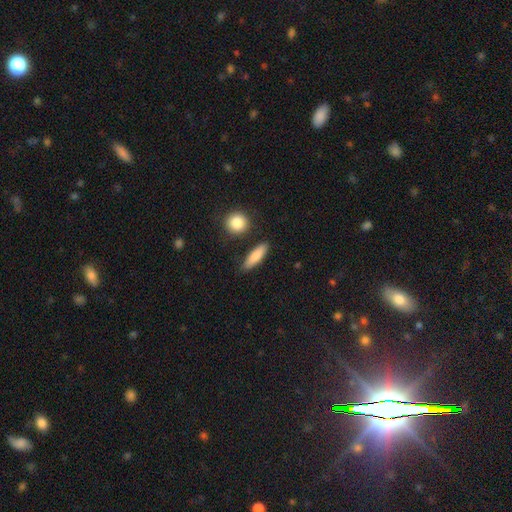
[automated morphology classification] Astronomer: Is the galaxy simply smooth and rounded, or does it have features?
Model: smooth — 81%.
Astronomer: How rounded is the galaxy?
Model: cigar-shaped — 55% (runner-up: in between, 41%).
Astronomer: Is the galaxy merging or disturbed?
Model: none — 84%.